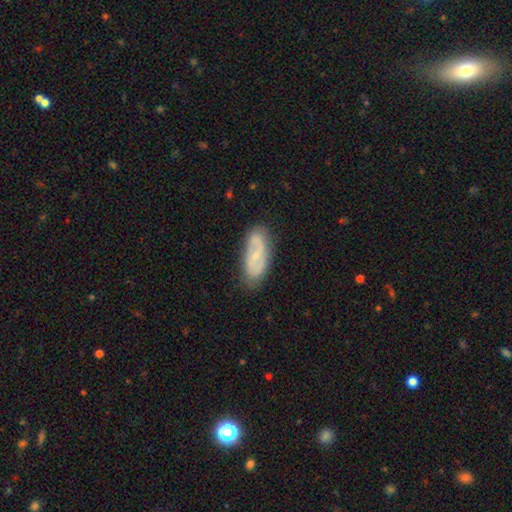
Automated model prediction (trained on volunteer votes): featured or disk 65%, smooth 28%, star or artifact 7%. Down the decision tree: edge-on disk — no (91%); bar — no (44%); spiral arms — yes (81%); bulge size — small (69%); merging — none (80%).